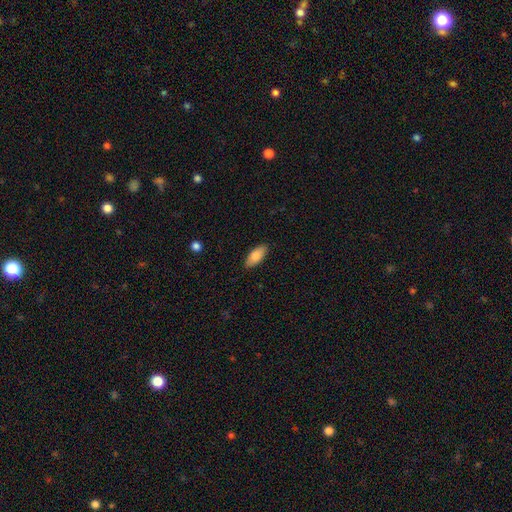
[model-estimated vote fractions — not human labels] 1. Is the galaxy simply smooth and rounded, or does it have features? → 83% smooth, 11% featured or disk, 6% star or artifact.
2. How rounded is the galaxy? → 84% in between, 14% cigar-shaped, 2% round.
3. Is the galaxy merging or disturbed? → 87% none, 10% minor disturbance, 2% major disturbance, 1% merger.